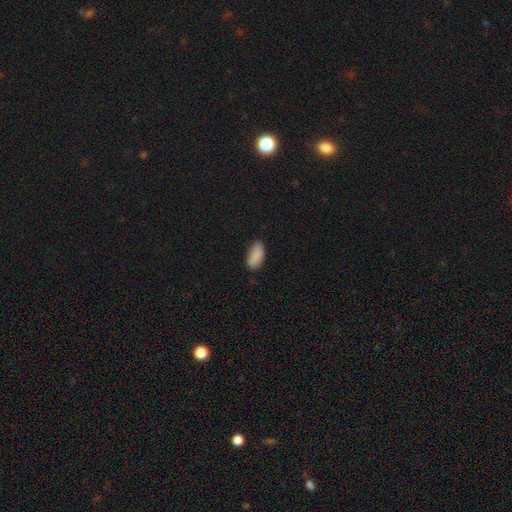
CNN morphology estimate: Smooth or featured?
  - smooth: 88% *
  - star or artifact: 7%
  - featured or disk: 5%
How rounded?
  - in between: 92% *
  - cigar-shaped: 5%
  - round: 3%
Merging?
  - none: 78% *
  - minor disturbance: 18%
  - major disturbance: 3%
  - merger: 1%